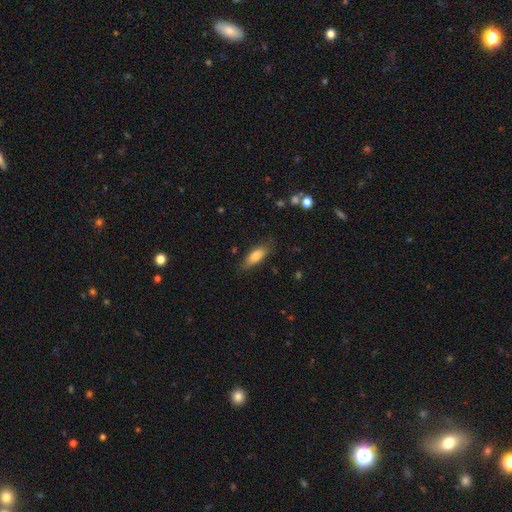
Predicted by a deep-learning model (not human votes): A smooth galaxy with no disk features (80%) that is in between round and cigar-shaped (62%). Merging: none (77%).